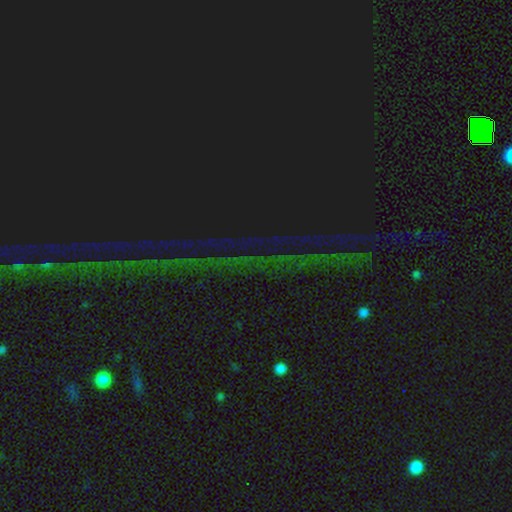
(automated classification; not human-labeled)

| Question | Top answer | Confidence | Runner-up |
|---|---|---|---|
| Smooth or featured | star or artifact | 85% | smooth (8%) |